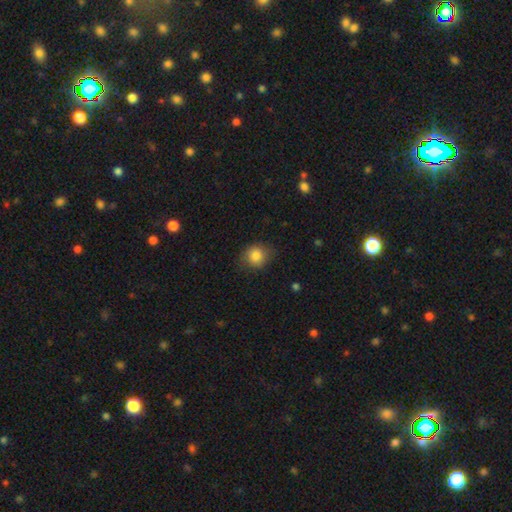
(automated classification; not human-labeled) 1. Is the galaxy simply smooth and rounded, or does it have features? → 84% smooth, 10% star or artifact, 7% featured or disk.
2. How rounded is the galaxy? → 79% round, 20% in between, 1% cigar-shaped.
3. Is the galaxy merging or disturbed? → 75% none, 19% minor disturbance, 5% major disturbance, 1% merger.